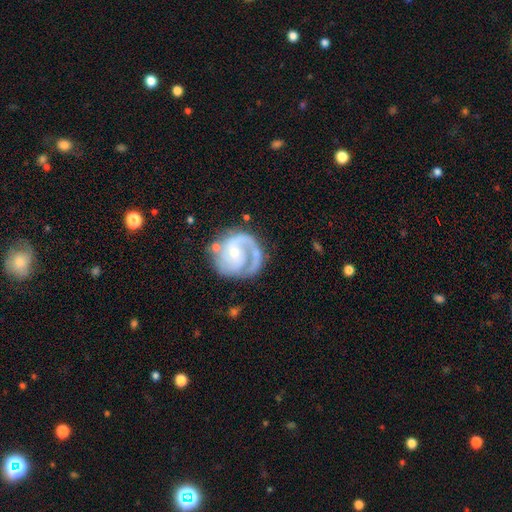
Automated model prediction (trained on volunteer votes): A featured or disk galaxy (84%) with no bar (60%), 2 (45%) tight (51%) spiral arms (93%) and a small central bulge (55%).

Vote fractions:
- Smooth or featured? featured or disk: 84% / smooth: 11% / star or artifact: 5%
- Edge-on disk? no: 98% / yes: 2%
- Bar? no: 60% / weak: 32% / strong: 7%
- Spiral arms? yes: 93% / no: 7%
- Spiral winding? tight: 51% / medium: 37% / loose: 12%
- Spiral arm count? 2: 45% / 1: 32% / can't tell: 11% / 3: 8% / 4: 2% / more than 4: 2%
- Bulge size? small: 55% / moderate: 40% / large: 2% / none: 2% / dominant: 1%
- Merging? none: 60% / minor disturbance: 19% / major disturbance: 15% / merger: 6%